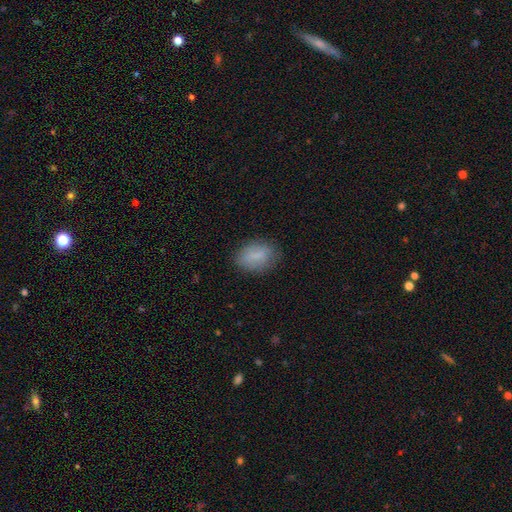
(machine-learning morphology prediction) This is likely a smooth galaxy (77%). How rounded: clearly in between (83%). Merging: likely none (79%).